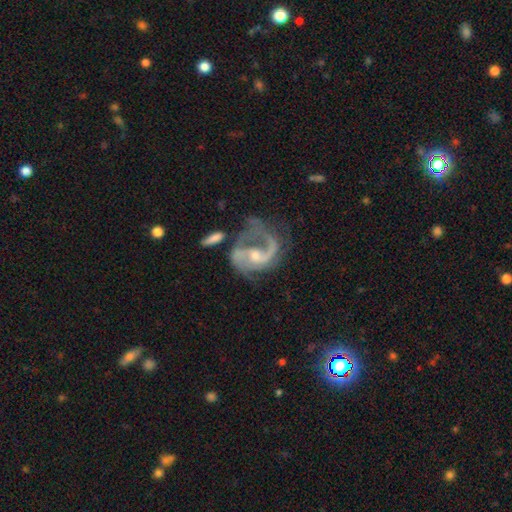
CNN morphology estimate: This appears to be a featured or disk galaxy (86%) with a weak bar (43%), 2 (71%) medium (46%) spiral arms (94%) and a small central bulge (51%). Merging: none (41%).